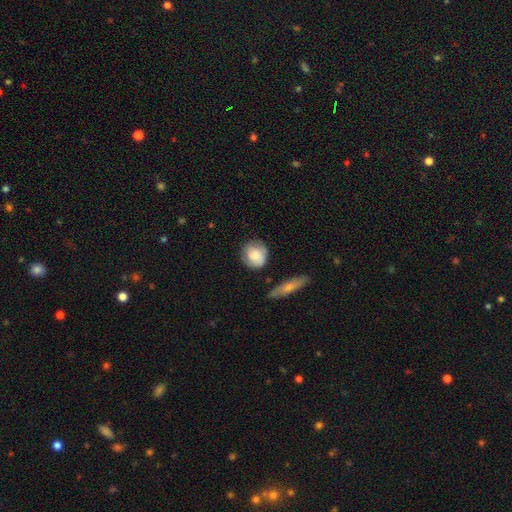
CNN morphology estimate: Smooth or featured?
  - smooth: 69% *
  - featured or disk: 24%
  - star or artifact: 6%
How rounded?
  - round: 74% *
  - in between: 24%
  - cigar-shaped: 2%
Merging?
  - none: 68% *
  - minor disturbance: 22%
  - major disturbance: 6%
  - merger: 4%